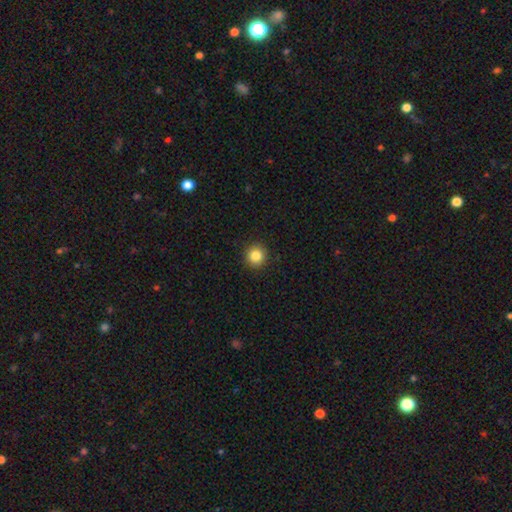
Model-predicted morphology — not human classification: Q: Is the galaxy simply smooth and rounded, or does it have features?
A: smooth — 85%.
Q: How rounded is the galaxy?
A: round — 94%.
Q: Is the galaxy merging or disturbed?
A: none — 93%.